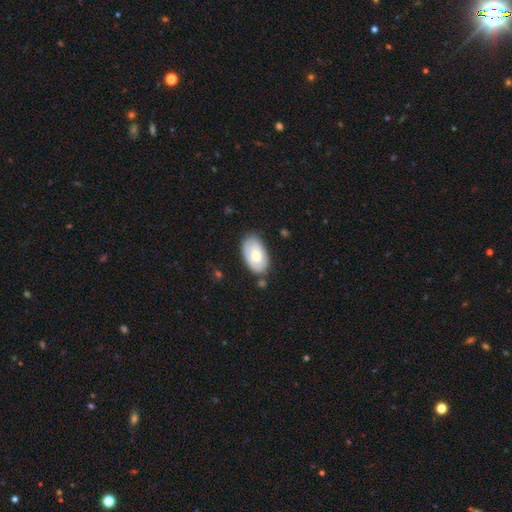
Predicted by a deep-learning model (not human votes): Smooth or featured?
  - smooth: 62% *
  - featured or disk: 32%
  - star or artifact: 6%
How rounded?
  - in between: 93% *
  - round: 5%
  - cigar-shaped: 1%
Merging?
  - none: 72% *
  - minor disturbance: 21%
  - major disturbance: 4%
  - merger: 3%